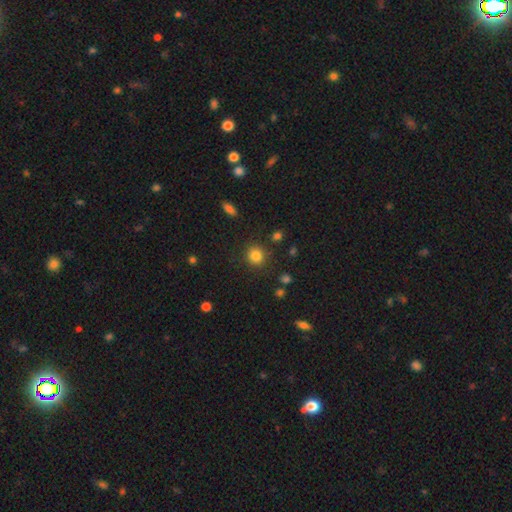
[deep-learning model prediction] Overall: smooth (83%). How rounded: round (88%). Merging: none (87%).